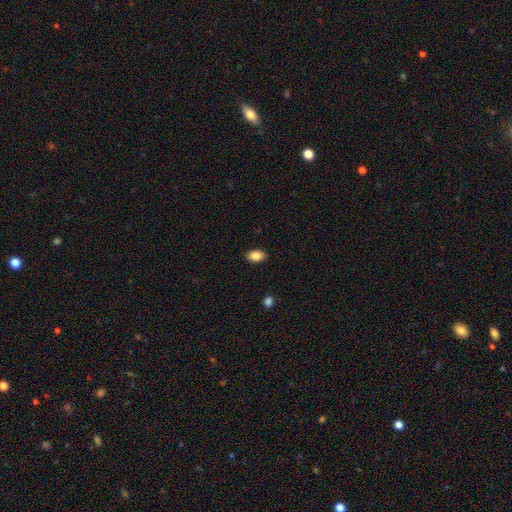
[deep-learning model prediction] This is clearly a smooth galaxy (87%). How rounded: clearly in between (90%). Merging: clearly none (88%).